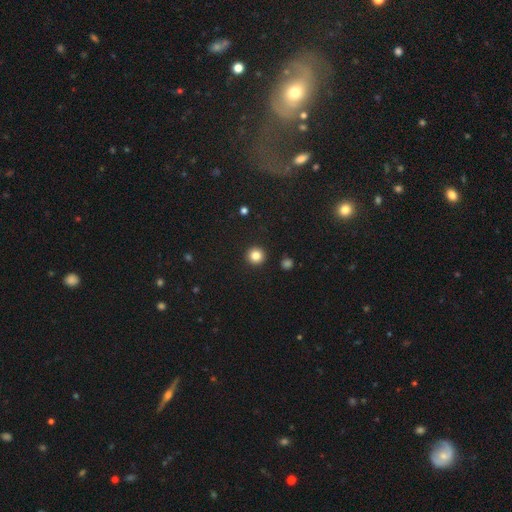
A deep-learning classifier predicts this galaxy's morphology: Q: Smooth or featured?
A: smooth (84%); runner-up: star or artifact (11%)
Q: How rounded?
A: round (95%); runner-up: in between (4%)
Q: Merging?
A: none (93%); runner-up: minor disturbance (4%)